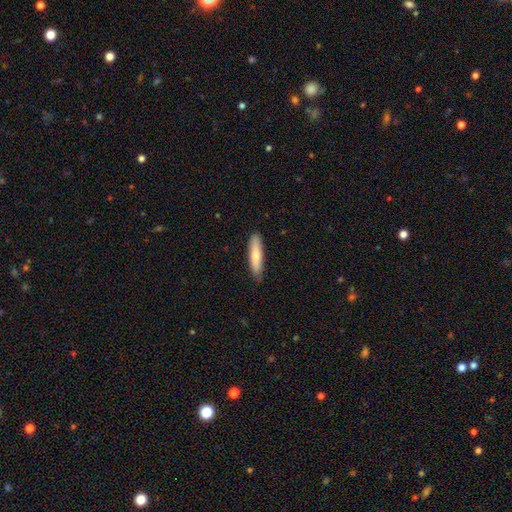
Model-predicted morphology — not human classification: Overall: smooth (73%). How rounded: cigar-shaped (80%). Merging: none (85%).